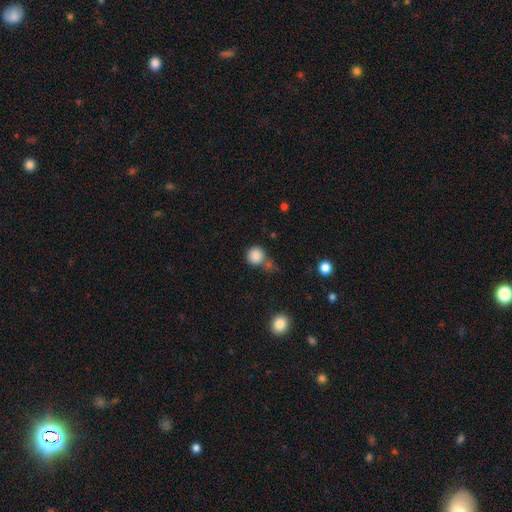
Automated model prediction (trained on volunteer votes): smooth 86%, star or artifact 10%, featured or disk 5%. Down the decision tree: how rounded — round (92%); merging — none (59%).